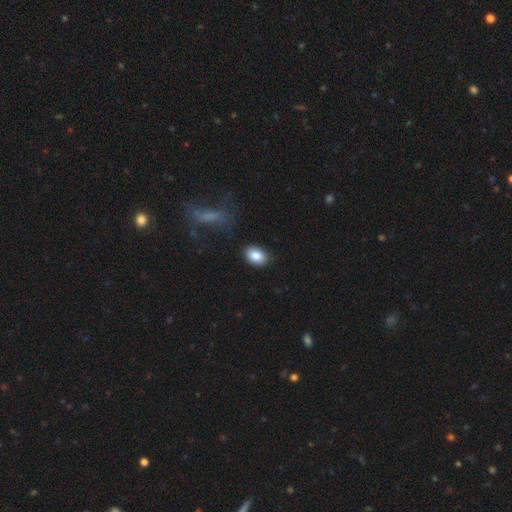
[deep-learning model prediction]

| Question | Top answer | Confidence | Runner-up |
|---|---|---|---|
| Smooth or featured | smooth | 85% | star or artifact (8%) |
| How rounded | in between | 79% | round (20%) |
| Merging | none | 86% | minor disturbance (10%) |